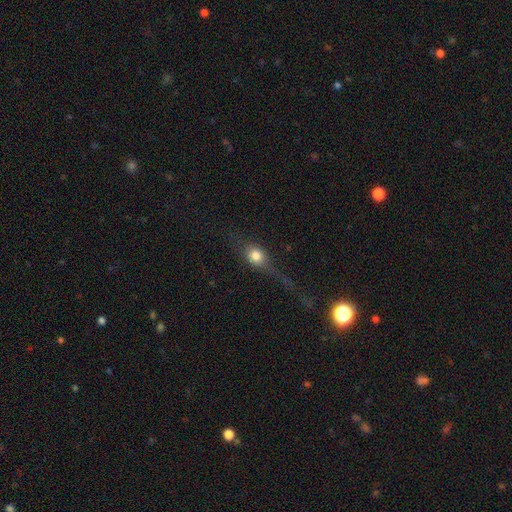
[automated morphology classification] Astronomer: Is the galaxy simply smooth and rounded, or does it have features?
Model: smooth — 61%.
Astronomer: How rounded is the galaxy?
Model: round — 50% (runner-up: in between, 40%).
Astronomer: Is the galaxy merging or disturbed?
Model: none — 47% (runner-up: major disturbance, 27%).